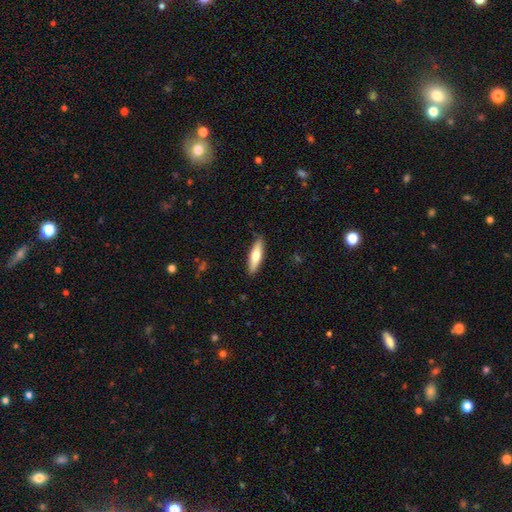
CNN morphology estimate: type=smooth (60%); roundness=cigar-shaped (65%); merging=none (89%).